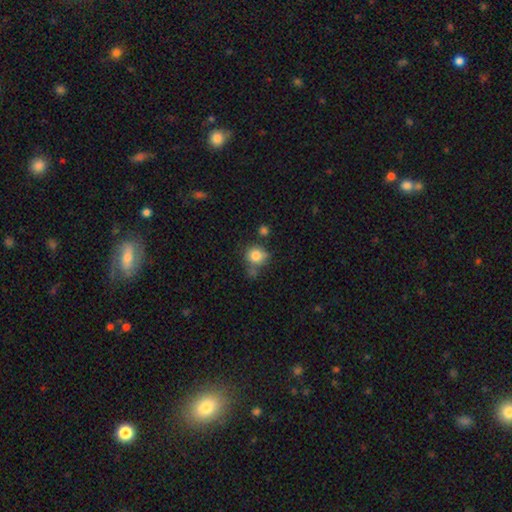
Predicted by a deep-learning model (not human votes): A smooth galaxy with no disk features (81%) that is round (87%). Merging: none (59%).